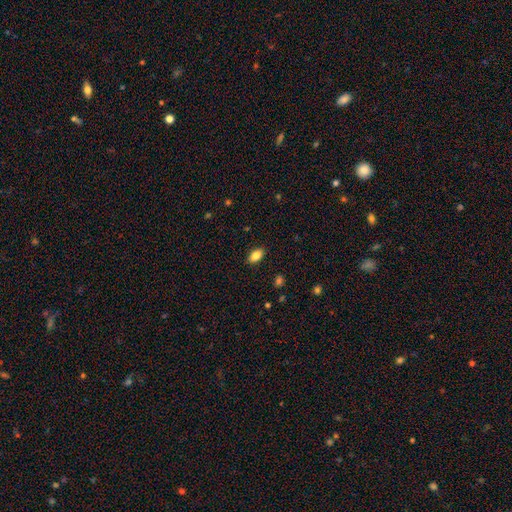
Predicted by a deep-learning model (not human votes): Overall: smooth (84%). How rounded: in between (91%). Merging: none (89%).